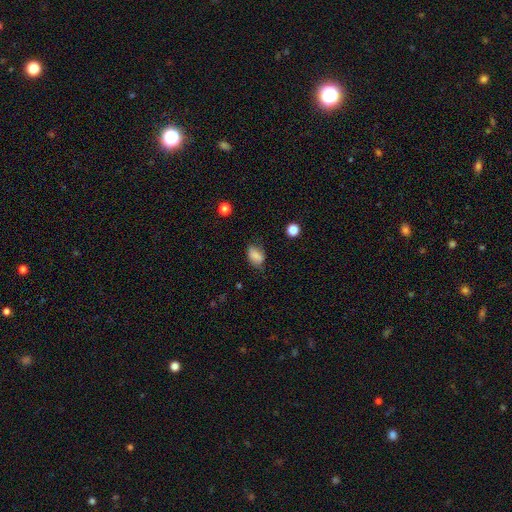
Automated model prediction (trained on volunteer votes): smooth_or_featured: smooth (p=0.80) [alt: featured or disk p=0.11]
how_rounded: in between (p=0.83) [alt: round p=0.16]
merging: none (p=0.66) [alt: minor disturbance p=0.26]